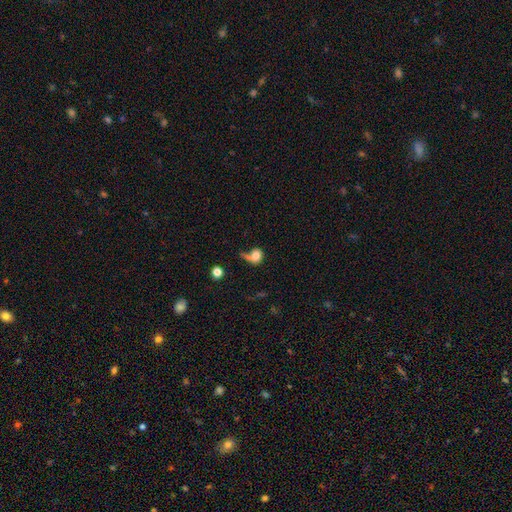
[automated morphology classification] Smooth or featured?
  - smooth: 65% *
  - featured or disk: 25%
  - star or artifact: 10%
How rounded?
  - round: 64% *
  - in between: 34%
  - cigar-shaped: 2%
Merging?
  - major disturbance: 41% *
  - none: 29%
  - minor disturbance: 19%
  - merger: 12%